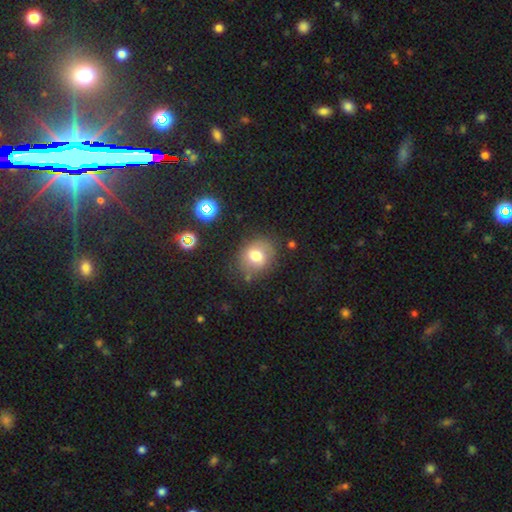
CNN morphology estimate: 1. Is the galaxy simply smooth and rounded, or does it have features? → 71% smooth, 17% featured or disk, 13% star or artifact.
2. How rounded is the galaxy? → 63% round, 36% in between, 1% cigar-shaped.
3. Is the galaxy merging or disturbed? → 73% none, 17% minor disturbance, 6% major disturbance, 4% merger.